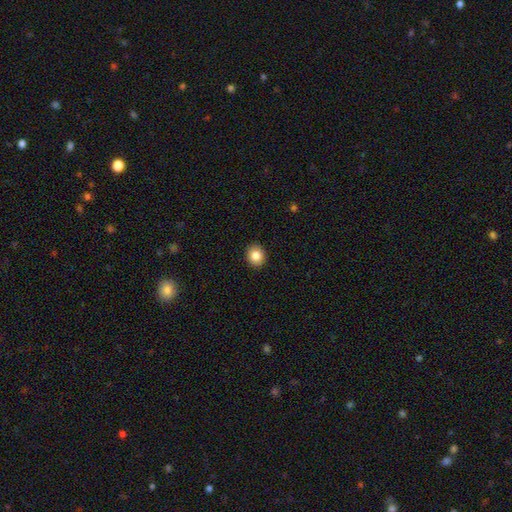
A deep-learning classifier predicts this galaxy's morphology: smooth-or-featured: smooth: 84% | star or artifact: 9% | featured or disk: 6%
  how-rounded: round: 71% | in between: 28% | cigar-shaped: 1%
  merging: none: 92% | minor disturbance: 5% | major disturbance: 2% | merger: 1%